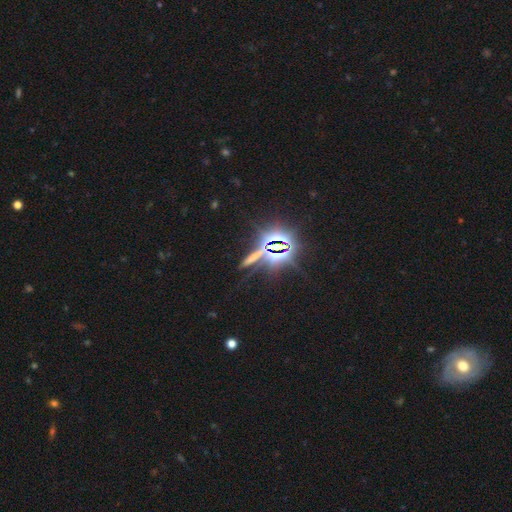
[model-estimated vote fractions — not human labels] The model was most divided on "smooth or featured": star or artifact: 64%, smooth: 22%, featured or disk: 14%.